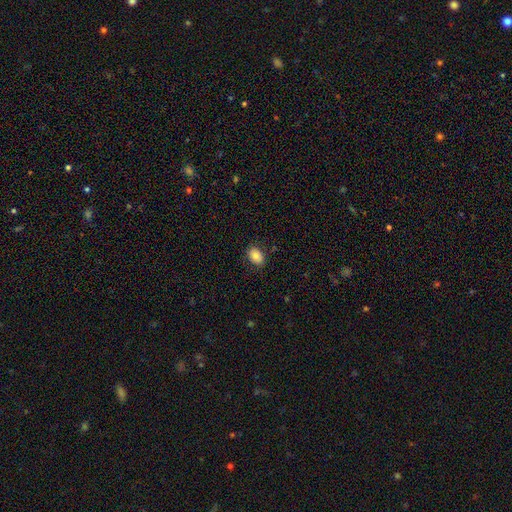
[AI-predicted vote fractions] The model was most divided on "how rounded": in between: 78%, round: 21%, cigar-shaped: 1%. More confident: merging — none (83%); smooth or featured — smooth (81%).